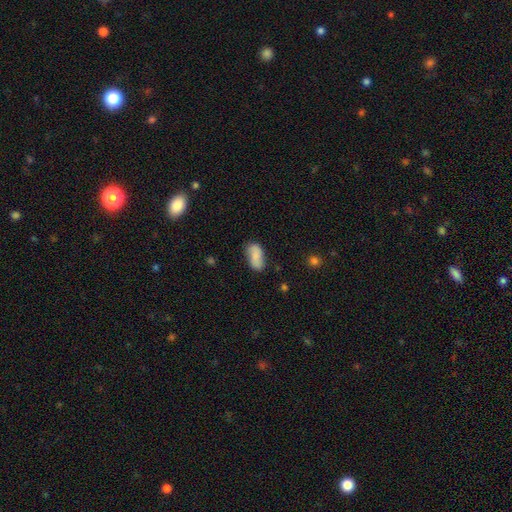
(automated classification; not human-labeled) Smooth or featured: smooth — 73% (featured or disk — 19%)
How rounded: in between — 91% (cigar-shaped — 5%)
Merging: none — 71% (minor disturbance — 20%)